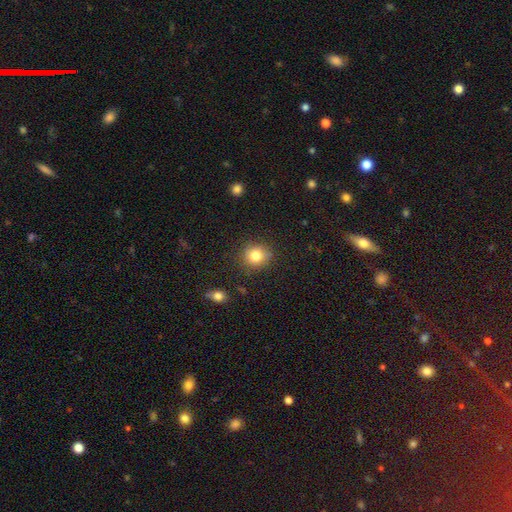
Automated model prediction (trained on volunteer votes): smooth-or-featured: smooth: 81% | star or artifact: 12% | featured or disk: 8%
  how-rounded: round: 87% | in between: 12% | cigar-shaped: 1%
  merging: none: 86% | minor disturbance: 10% | major disturbance: 3% | merger: 2%